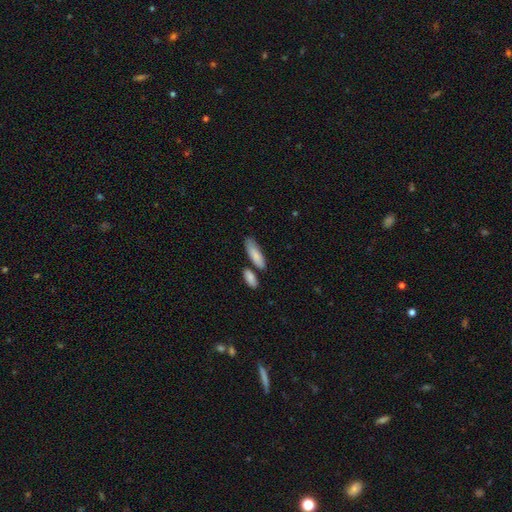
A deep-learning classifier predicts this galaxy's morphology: Smooth or featured: smooth — 84% (featured or disk — 10%)
How rounded: in between — 57% (cigar-shaped — 41%)
Merging: none — 62% (minor disturbance — 17%)